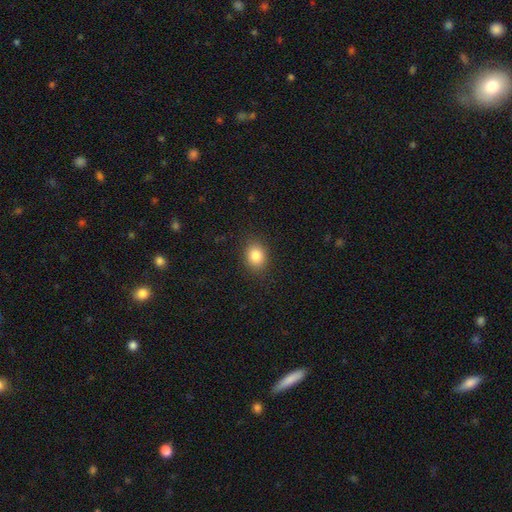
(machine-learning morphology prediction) Smooth or featured? smooth (84%)
How rounded? round (54%)
Merging? none (88%)